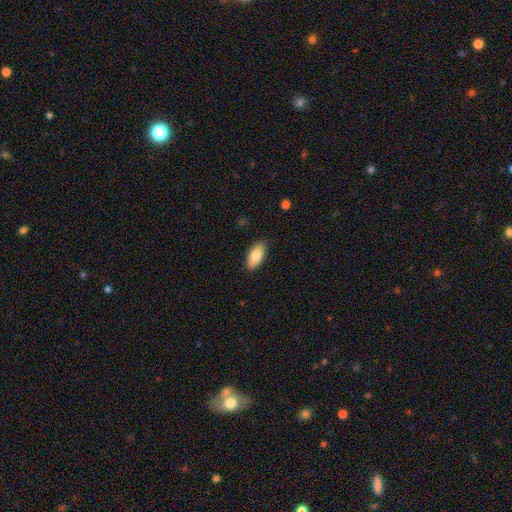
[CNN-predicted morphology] Smooth or featured? smooth (83%)
How rounded? in between (91%)
Merging? none (86%)